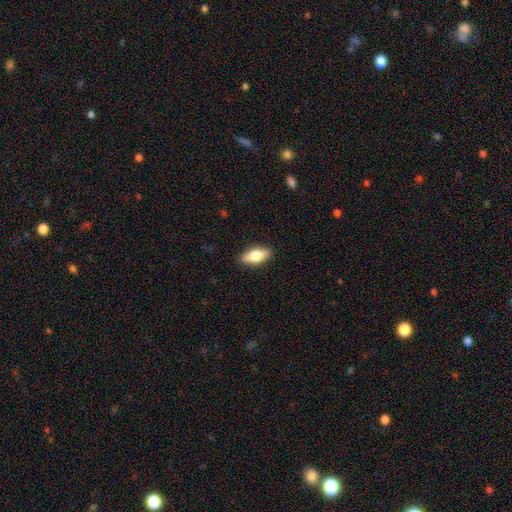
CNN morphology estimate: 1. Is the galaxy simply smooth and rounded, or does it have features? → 73% smooth, 21% featured or disk, 7% star or artifact.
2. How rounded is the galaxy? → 85% in between, 11% cigar-shaped, 4% round.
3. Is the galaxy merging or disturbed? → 88% none, 9% minor disturbance, 2% major disturbance, 1% merger.